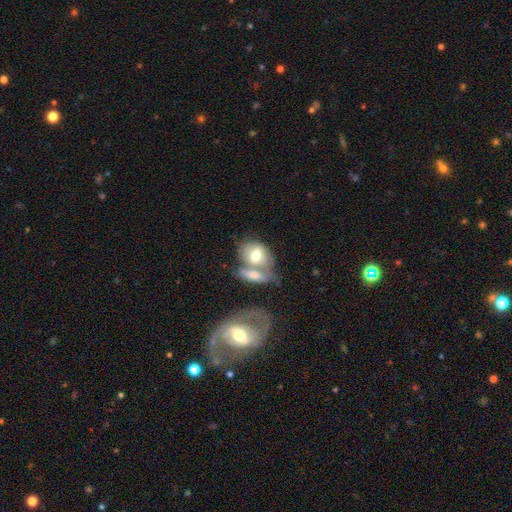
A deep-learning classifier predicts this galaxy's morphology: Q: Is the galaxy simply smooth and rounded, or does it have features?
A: smooth — 57%.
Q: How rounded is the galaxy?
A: in between — 73%.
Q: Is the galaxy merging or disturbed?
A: merger — 60%.